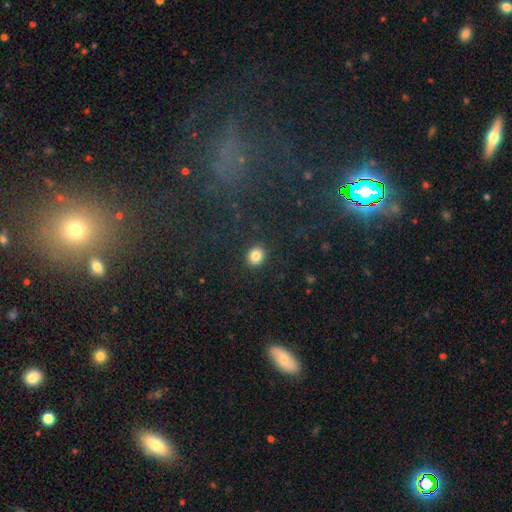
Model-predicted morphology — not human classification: smooth-or-featured: smooth: 84% | star or artifact: 11% | featured or disk: 6%
  how-rounded: round: 63% | in between: 36% | cigar-shaped: 1%
  merging: none: 89% | minor disturbance: 7% | major disturbance: 3% | merger: 1%